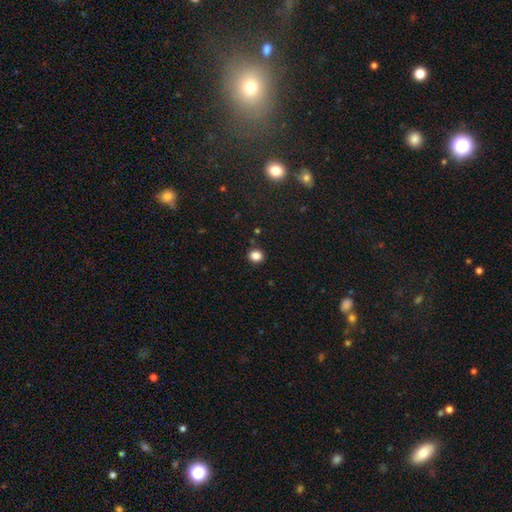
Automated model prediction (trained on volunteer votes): smooth 84%, star or artifact 12%, featured or disk 4%. Down the decision tree: how rounded — round (63%); merging — none (88%).